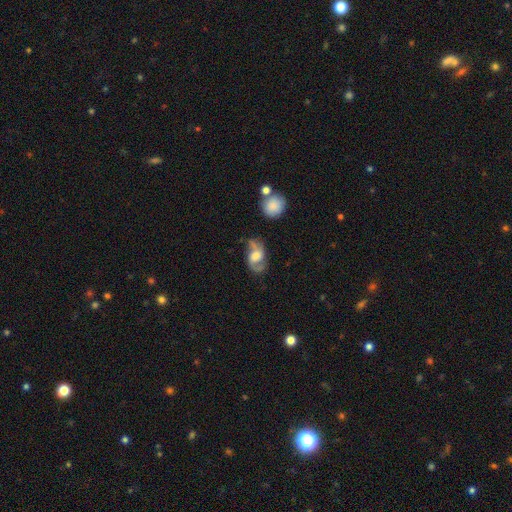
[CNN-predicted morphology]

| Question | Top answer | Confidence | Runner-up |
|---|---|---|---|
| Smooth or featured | featured or disk | 74% | smooth (19%) |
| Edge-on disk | no | 96% | yes (4%) |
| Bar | no | 48% | weak (41%) |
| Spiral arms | yes | 92% | no (8%) |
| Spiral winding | loose | 48% | medium (41%) |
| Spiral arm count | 2 | 88% | can't tell (5%) |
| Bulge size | moderate | 44% | large (27%) |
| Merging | none | 60% | minor disturbance (22%) |